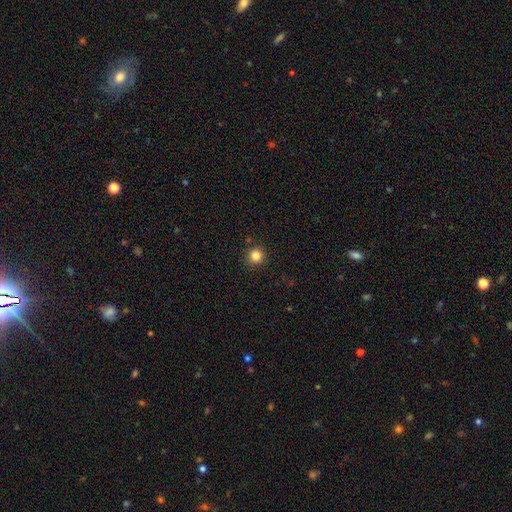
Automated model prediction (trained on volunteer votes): Smooth or featured? smooth (83%)
How rounded? round (95%)
Merging? none (91%)